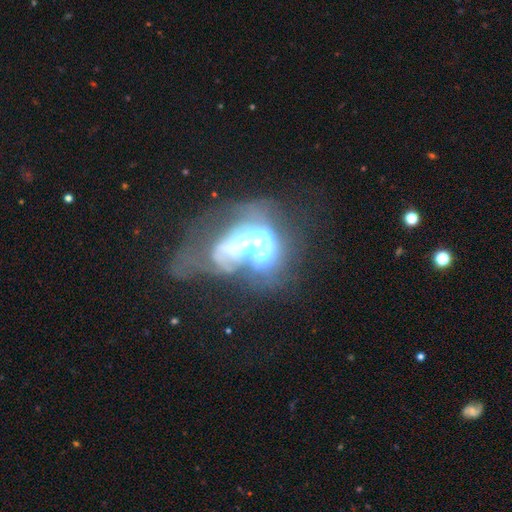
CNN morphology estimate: Smooth or featured? Predicted: featured or disk (p=0.62). Edge-on disk? Predicted: no (p=0.90). Bar? Predicted: no (p=0.67). Spiral arms? Predicted: no (p=0.78). Bulge size? Predicted: large (p=0.29). Merging? Predicted: merger (p=0.47).